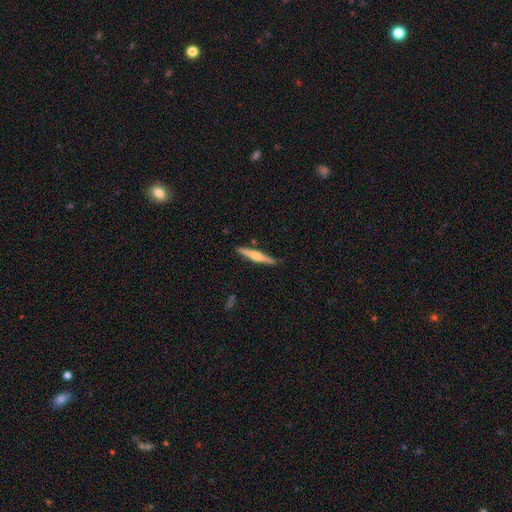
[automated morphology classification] Smooth or featured? featured or disk (59%)
Edge-on disk? yes (97%)
Edge-on bulge? rounded (81%)
Merging? none (87%)